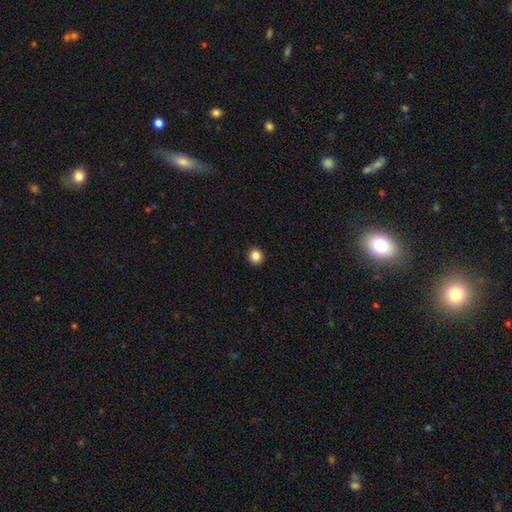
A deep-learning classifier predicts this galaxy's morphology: Overall: smooth (86%). How rounded: round (92%). Merging: none (94%).